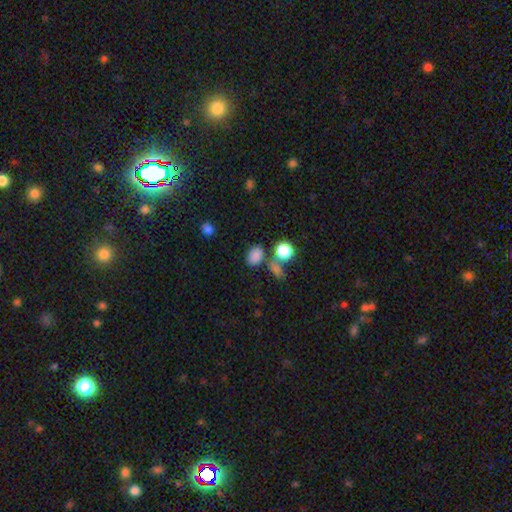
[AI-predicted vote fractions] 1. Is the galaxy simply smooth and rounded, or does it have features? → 82% smooth, 12% star or artifact, 6% featured or disk.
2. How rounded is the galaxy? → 76% in between, 23% round, 2% cigar-shaped.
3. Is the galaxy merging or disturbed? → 61% none, 20% merger, 14% minor disturbance, 6% major disturbance.